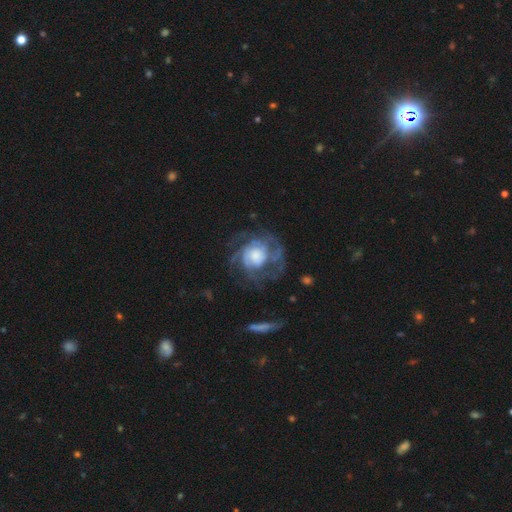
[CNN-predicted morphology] Overall: featured or disk (79%). Edge-on disk: no (98%). Bar: no (78%). Spiral arms: yes (88%). Spiral arm count: can't tell (36%; 3 20%). Spiral winding: tight (47%; medium 37%). Bulge size: large (51%; moderate 28%). Merging: none (59%; major disturbance 22%).